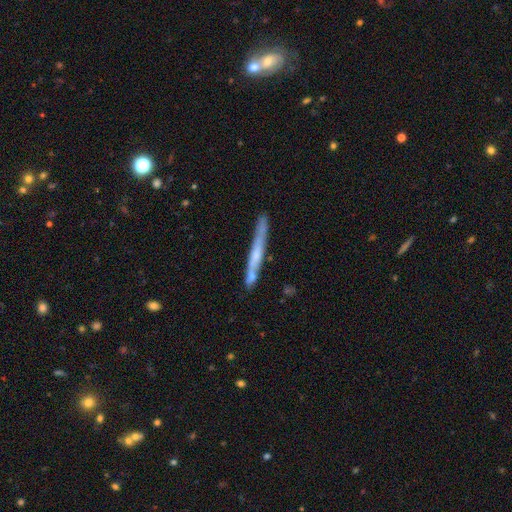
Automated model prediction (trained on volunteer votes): Smooth or featured: featured or disk — 54% (smooth — 39%)
Edge-on disk: yes — 92% (no — 8%)
Edge-on bulge: none — 65% (rounded — 25%)
Merging: none — 78% (minor disturbance — 14%)